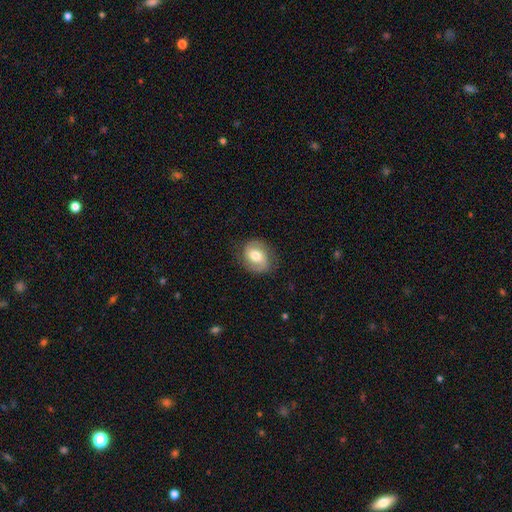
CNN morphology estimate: smooth-or-featured: featured or disk: 60% | smooth: 33% | star or artifact: 7%
  disk-edge-on: no: 97% | yes: 3%
    bar: no: 44% | weak: 41% | strong: 15%
    has-spiral-arms: yes: 86% | no: 14%
    bulge-size: moderate: 67% | large: 18% | small: 12% | dominant: 2% | none: 1%
  merging: none: 79% | minor disturbance: 14% | major disturbance: 6% | merger: 1%